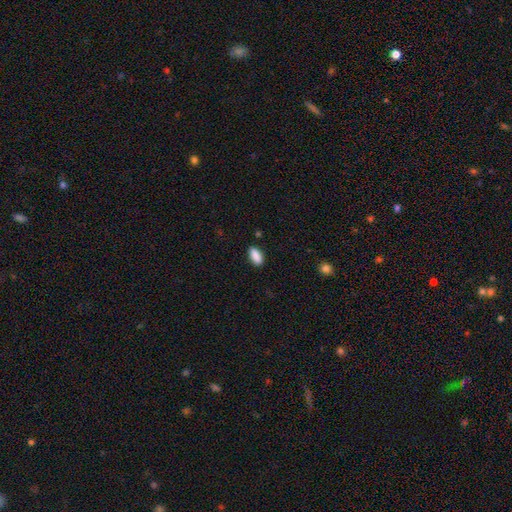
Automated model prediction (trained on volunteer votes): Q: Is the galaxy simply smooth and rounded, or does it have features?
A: smooth — 89%.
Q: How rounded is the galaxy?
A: in between — 87%.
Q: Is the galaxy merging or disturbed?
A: none — 87%.